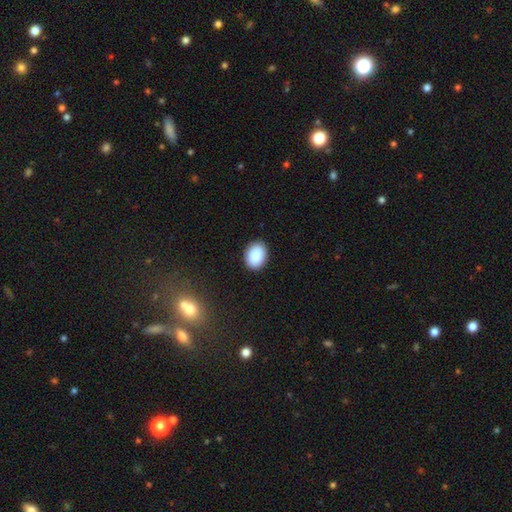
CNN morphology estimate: A smooth galaxy with no disk features (90%) that is in between round and cigar-shaped (77%).

Vote fractions:
- Smooth or featured? smooth: 90% / star or artifact: 7% / featured or disk: 3%
- How rounded? in between: 77% / round: 22% / cigar-shaped: 1%
- Merging? none: 89% / minor disturbance: 8% / major disturbance: 2% / merger: 1%